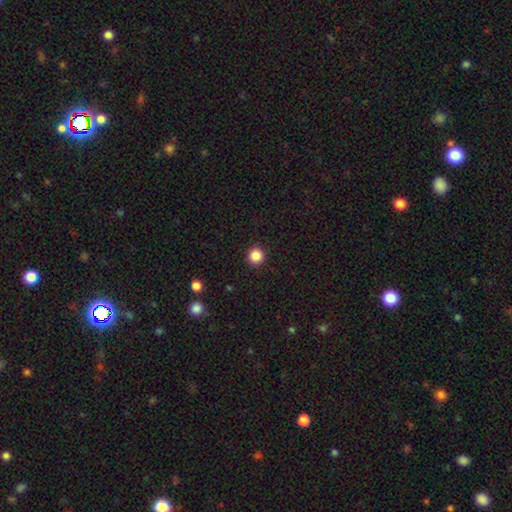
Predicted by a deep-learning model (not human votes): The model was most divided on "smooth or featured": smooth: 86%, star or artifact: 11%, featured or disk: 3%. More confident: how rounded — round (95%); merging — none (92%).